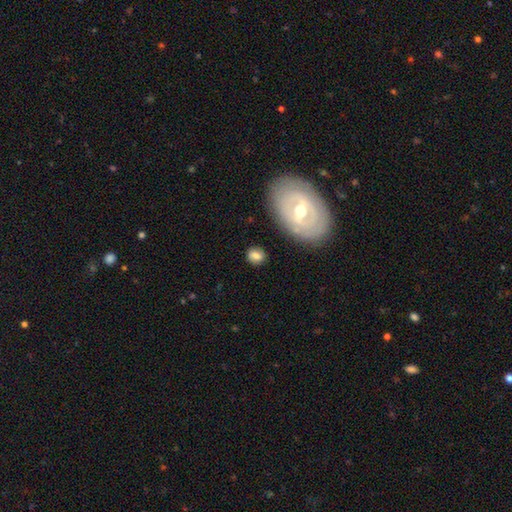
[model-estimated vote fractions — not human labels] This appears to be a smooth galaxy with no disk features (71%) that is round (49%). Merging: none (78%).